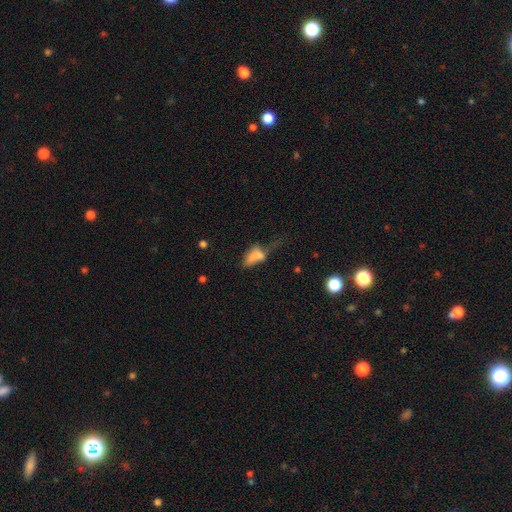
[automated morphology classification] type=smooth (62%); roundness=in between (79%); merging=major disturbance (45%).